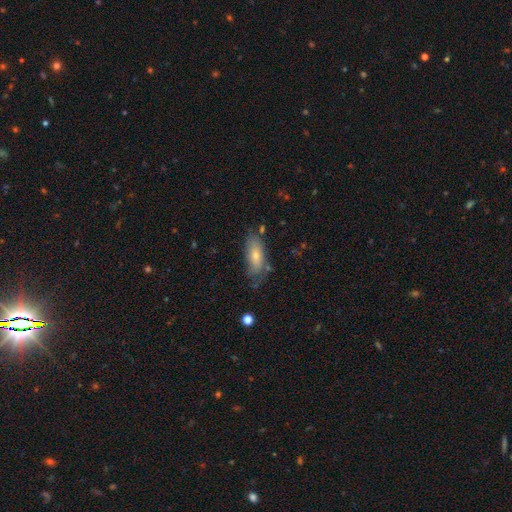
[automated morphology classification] smooth-or-featured: smooth: 66% | featured or disk: 27% | star or artifact: 7%
  how-rounded: in between: 79% | cigar-shaped: 18% | round: 3%
  merging: none: 60% | minor disturbance: 26% | major disturbance: 8% | merger: 5%